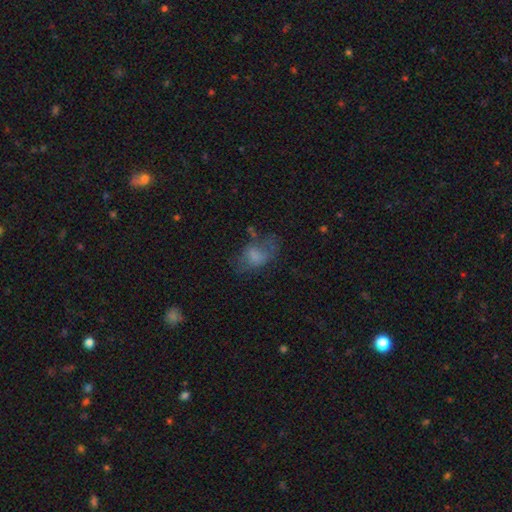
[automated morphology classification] type=smooth (61%); roundness=in between (81%); merging=none (40%).